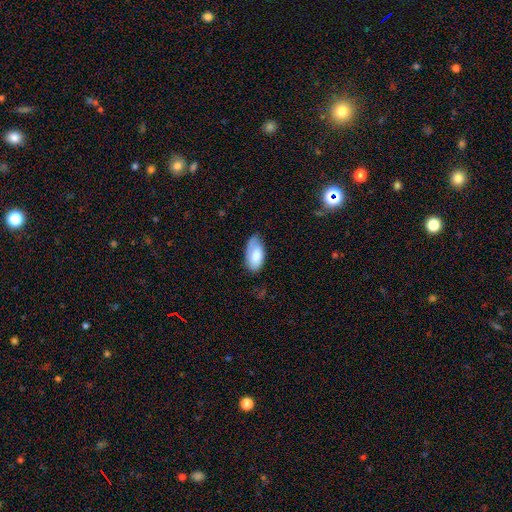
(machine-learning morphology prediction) smooth 75%, featured or disk 18%, star or artifact 6%. Down the decision tree: how rounded — in between (95%); merging — none (62%).